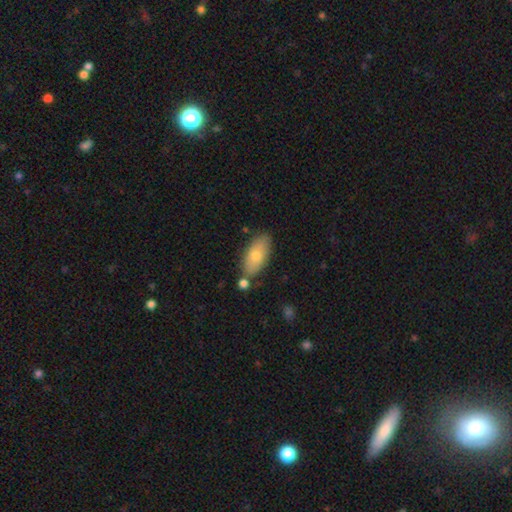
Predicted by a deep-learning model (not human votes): Smooth or featured? Predicted: smooth (p=0.74). How rounded? Predicted: in between (p=0.89). Merging? Predicted: none (p=0.76).